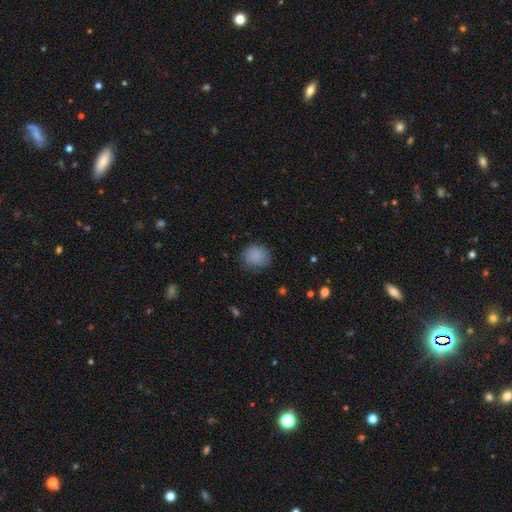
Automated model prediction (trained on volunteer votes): smooth 82%, featured or disk 10%, star or artifact 8%. Down the decision tree: how rounded — round (72%); merging — none (72%).